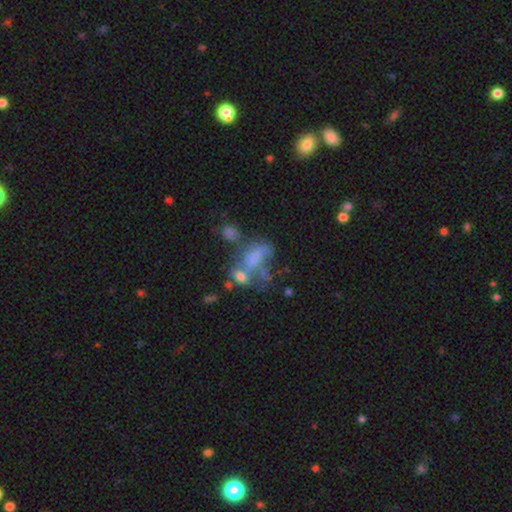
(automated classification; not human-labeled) smooth_or_featured: smooth (p=0.47) [alt: featured or disk p=0.36]
merging: merger (p=0.41) [alt: major disturbance p=0.28]